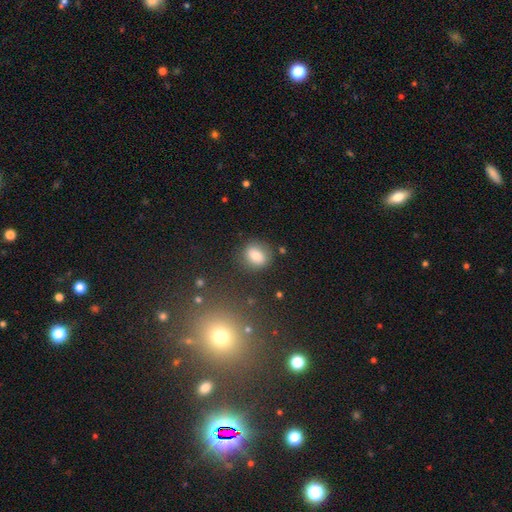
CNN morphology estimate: This is likely a smooth galaxy (77%). How rounded: possibly round (59%). Merging: clearly none (82%).